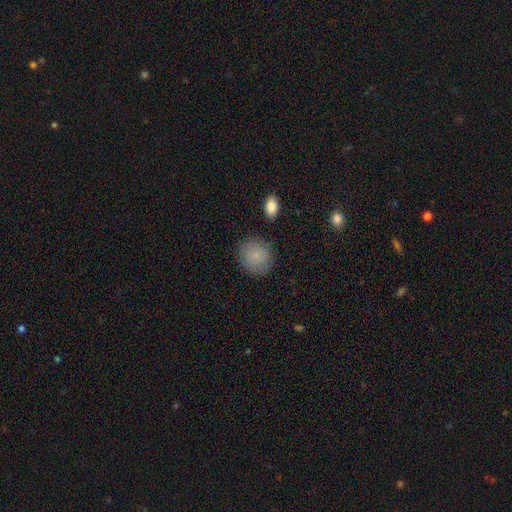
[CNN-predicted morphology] smooth_or_featured: smooth (p=0.84) [alt: featured or disk p=0.08]
how_rounded: round (p=0.82) [alt: in between p=0.17]
merging: none (p=0.86) [alt: minor disturbance p=0.10]